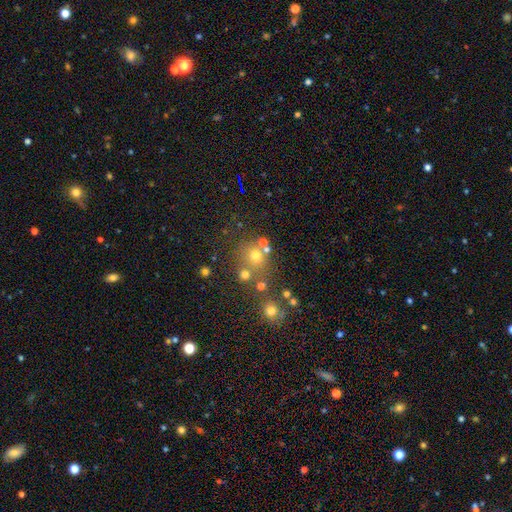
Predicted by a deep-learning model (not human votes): Smooth or featured? Predicted: smooth (p=0.62). How rounded? Predicted: round (p=0.85). Merging? Predicted: none (p=0.65).